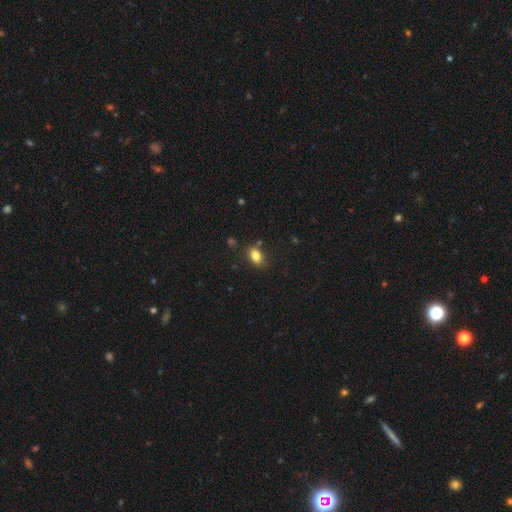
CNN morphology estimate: Smooth or featured? smooth (82%)
How rounded? in between (81%)
Merging? none (80%)